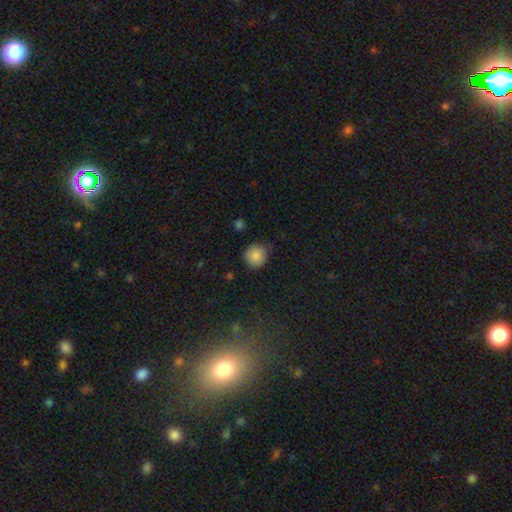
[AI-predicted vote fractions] The model was most divided on "merging": none: 82%, minor disturbance: 14%, major disturbance: 3%, merger: 1%. More confident: how rounded — round (93%); smooth or featured — smooth (86%).